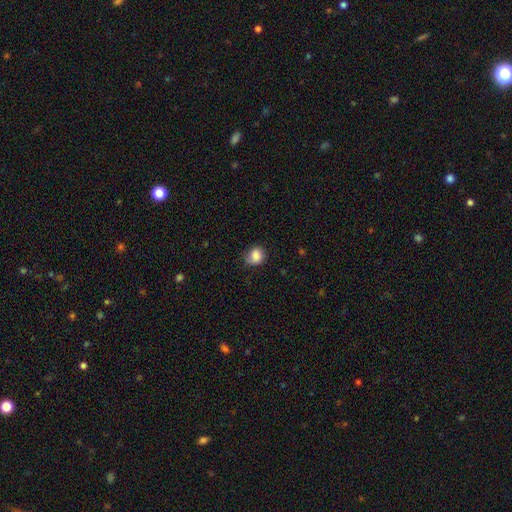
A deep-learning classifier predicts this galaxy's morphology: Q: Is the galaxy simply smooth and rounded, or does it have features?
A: smooth — 83%.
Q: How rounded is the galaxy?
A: round — 69%.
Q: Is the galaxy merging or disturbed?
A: none — 62%.